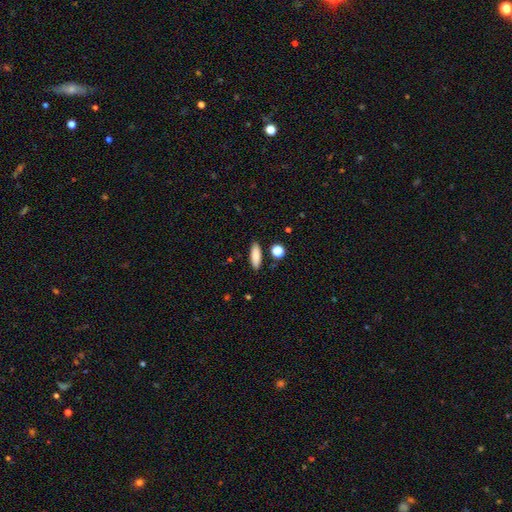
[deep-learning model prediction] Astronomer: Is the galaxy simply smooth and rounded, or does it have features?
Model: smooth — 85%.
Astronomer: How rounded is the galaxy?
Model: in between — 59% (runner-up: cigar-shaped, 38%).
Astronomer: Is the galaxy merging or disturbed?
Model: none — 86%.